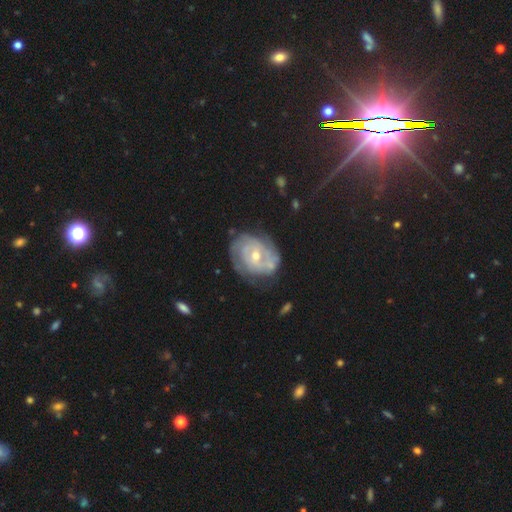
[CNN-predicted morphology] Q: Smooth or featured?
A: featured or disk (82%); runner-up: smooth (11%)
Q: Edge-on disk?
A: no (97%); runner-up: yes (3%)
Q: Bar?
A: no (59%); runner-up: weak (33%)
Q: Spiral arms?
A: yes (91%); runner-up: no (9%)
Q: Spiral winding?
A: tight (71%); runner-up: medium (23%)
Q: Spiral arm count?
A: can't tell (35%); runner-up: 2 (33%)
Q: Bulge size?
A: moderate (50%); runner-up: small (46%)
Q: Merging?
A: none (67%); runner-up: minor disturbance (22%)